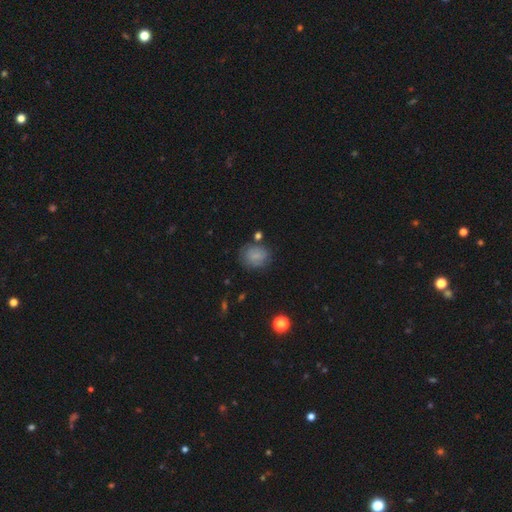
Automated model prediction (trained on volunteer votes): The model was most divided on "how rounded": round: 68%, in between: 31%, cigar-shaped: 1%. More confident: smooth or featured — smooth (72%); merging — none (68%).